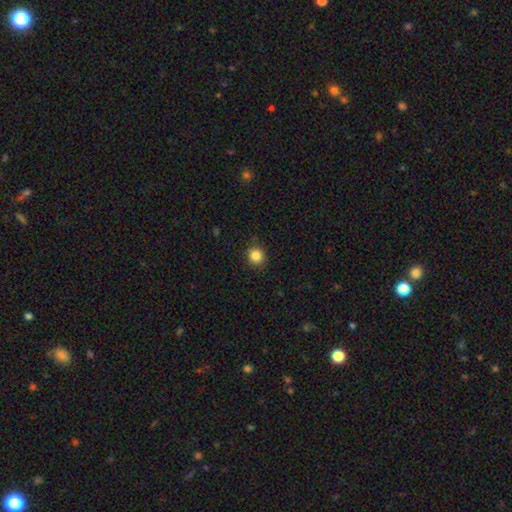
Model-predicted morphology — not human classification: Smooth or featured?
  - smooth: 85% *
  - star or artifact: 11%
  - featured or disk: 4%
How rounded?
  - round: 87% *
  - in between: 12%
  - cigar-shaped: 1%
Merging?
  - none: 90% *
  - minor disturbance: 7%
  - major disturbance: 2%
  - merger: 1%